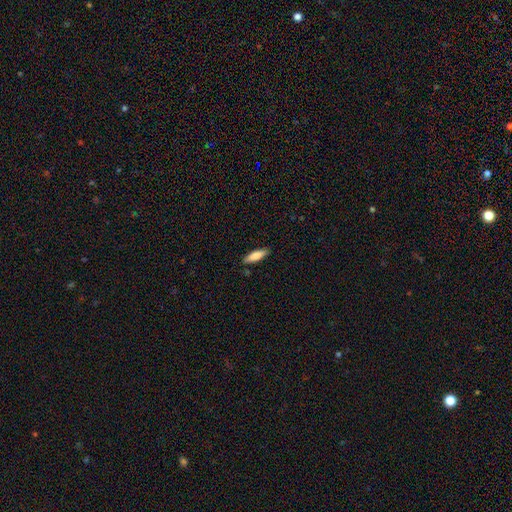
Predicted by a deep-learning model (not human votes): Q: Smooth or featured?
A: smooth (78%); runner-up: featured or disk (16%)
Q: How rounded?
A: cigar-shaped (57%); runner-up: in between (42%)
Q: Merging?
A: none (87%); runner-up: minor disturbance (10%)